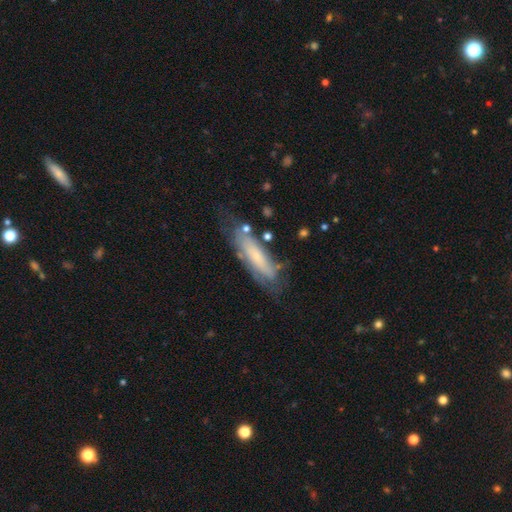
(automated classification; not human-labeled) Overall: featured or disk (49%; smooth 43%). Merging: none (58%; minor disturbance 26%).